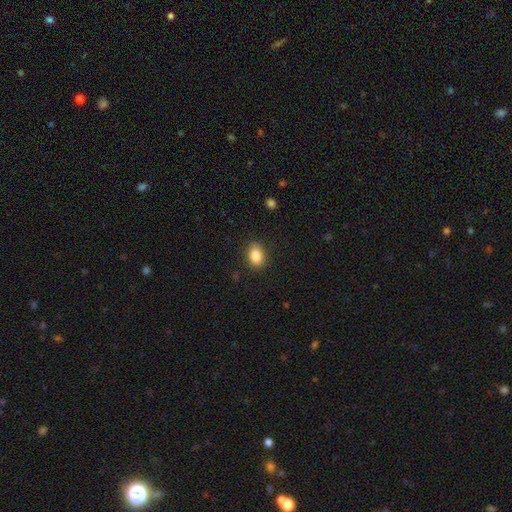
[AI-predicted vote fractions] This appears to be a smooth galaxy with no disk features (86%) that is in between round and cigar-shaped (77%). Merging: none (86%).